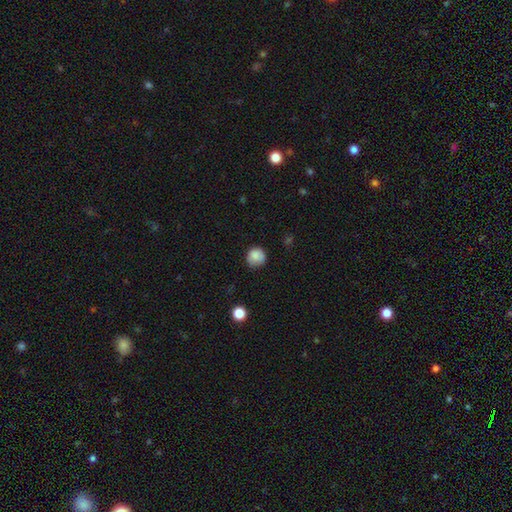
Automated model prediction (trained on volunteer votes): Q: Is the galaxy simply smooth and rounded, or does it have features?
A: smooth — 85%.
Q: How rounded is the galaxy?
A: round — 90%.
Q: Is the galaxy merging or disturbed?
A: none — 75%.